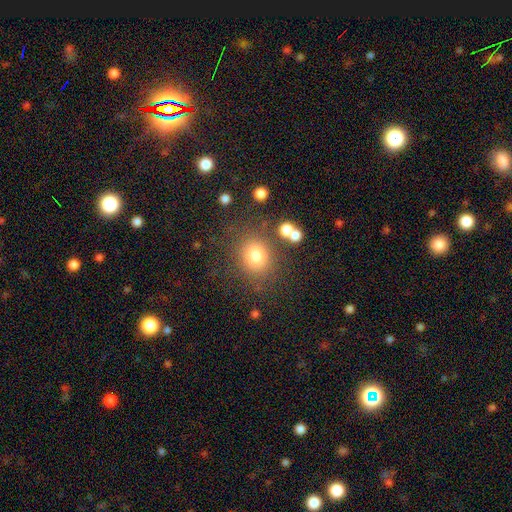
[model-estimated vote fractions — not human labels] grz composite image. It shows a smooth galaxy with no disk features (77%) that is round (73%). Merging: none (76%).